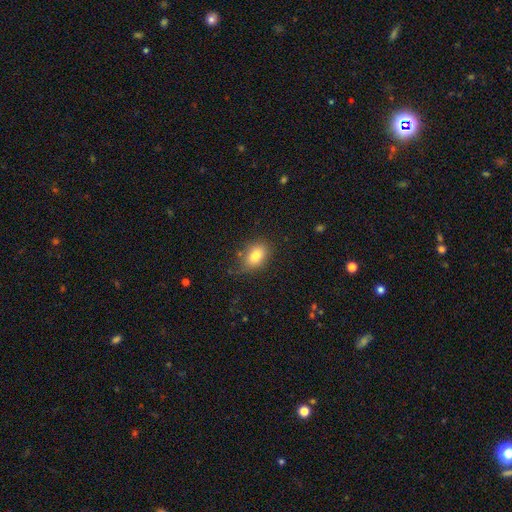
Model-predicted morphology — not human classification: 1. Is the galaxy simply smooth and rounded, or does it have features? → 80% smooth, 10% featured or disk, 10% star or artifact.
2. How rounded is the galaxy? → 78% in between, 21% round, 2% cigar-shaped.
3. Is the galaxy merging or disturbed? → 73% none, 20% minor disturbance, 5% major disturbance, 2% merger.